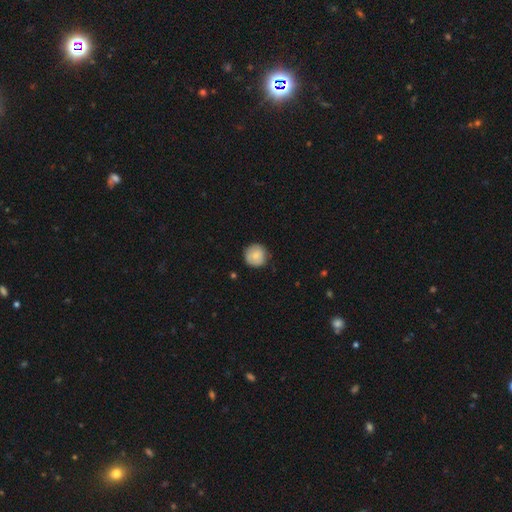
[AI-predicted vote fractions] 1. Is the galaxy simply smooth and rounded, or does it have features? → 79% smooth, 14% featured or disk, 7% star or artifact.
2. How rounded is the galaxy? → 94% round, 5% in between, 1% cigar-shaped.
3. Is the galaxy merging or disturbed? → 83% none, 14% minor disturbance, 2% major disturbance, 1% merger.